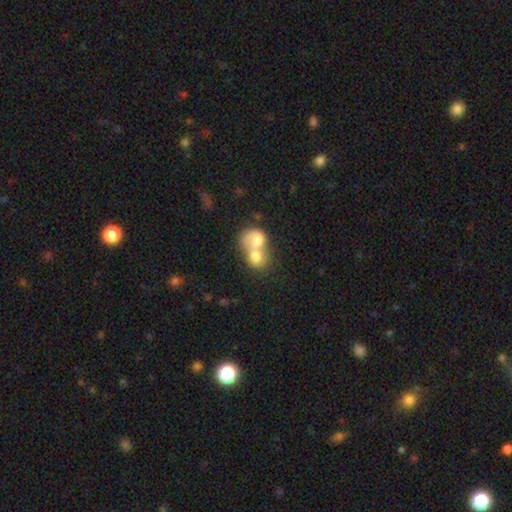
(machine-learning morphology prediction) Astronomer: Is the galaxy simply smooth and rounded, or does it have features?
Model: smooth — 68%.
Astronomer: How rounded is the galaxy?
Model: round — 53% (runner-up: in between, 46%).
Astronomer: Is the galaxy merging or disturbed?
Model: merger — 81%.